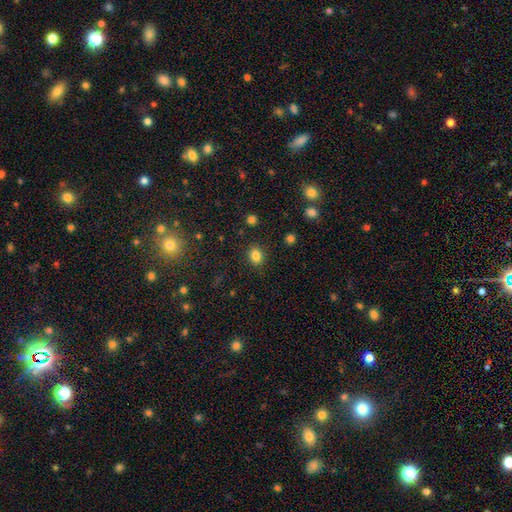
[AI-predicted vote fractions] A smooth galaxy with no disk features (83%) that is round (53%). Merging: none (88%).